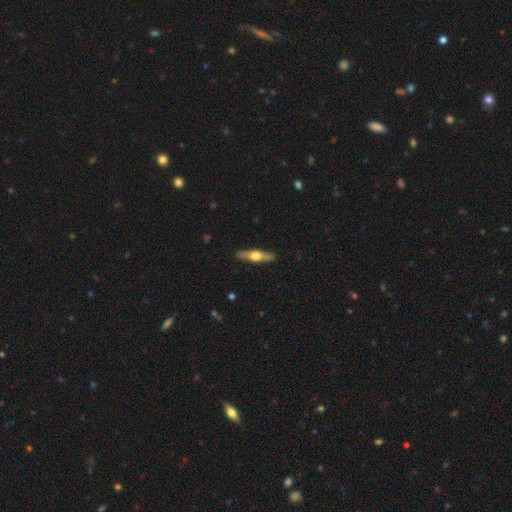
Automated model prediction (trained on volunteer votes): The model was most divided on "smooth or featured": featured or disk: 56%, smooth: 39%, star or artifact: 5%. More confident: edge-on bulge — rounded (94%); edge-on disk — yes (94%); merging — none (91%).